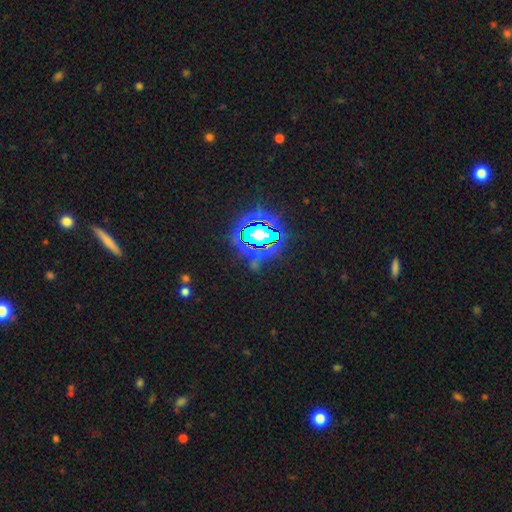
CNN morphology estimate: Smooth or featured: star or artifact — 79% (smooth — 12%)